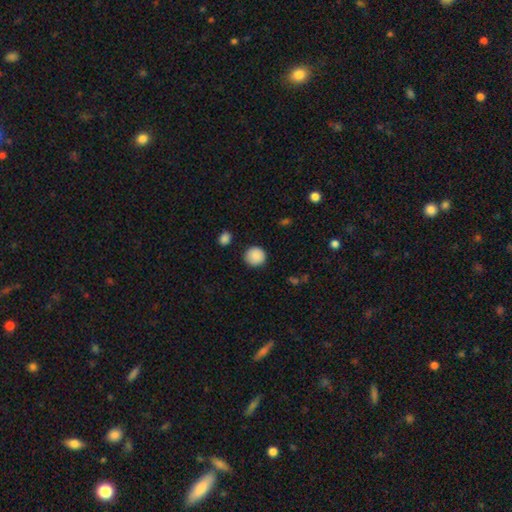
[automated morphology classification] Overall: smooth (89%). How rounded: round (92%). Merging: none (89%).